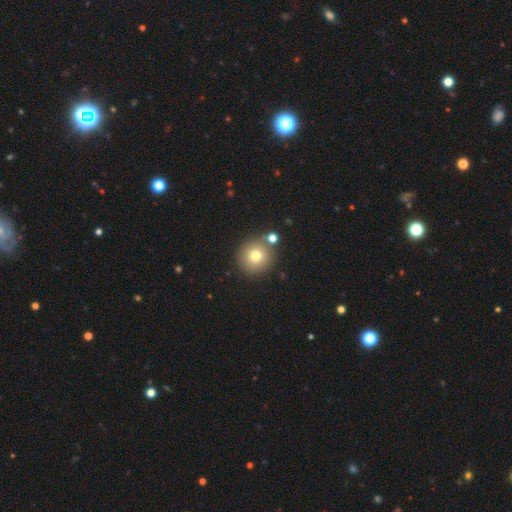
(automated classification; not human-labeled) This is likely a smooth galaxy (75%). How rounded: clearly round (92%). Merging: likely none (78%).